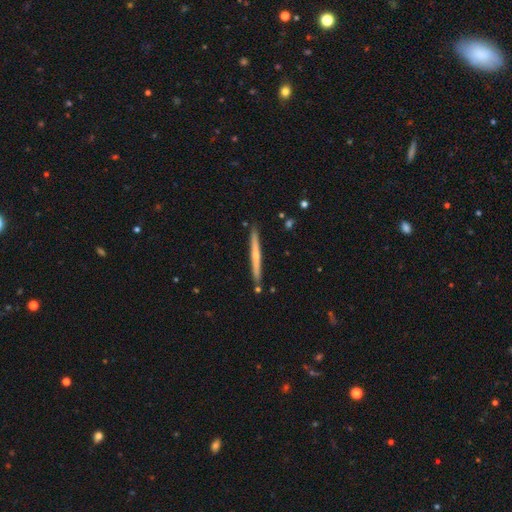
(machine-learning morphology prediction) type=featured or disk (52%); edge-on=yes (97%); edge-on bulge=none (57%); merging=none (88%).